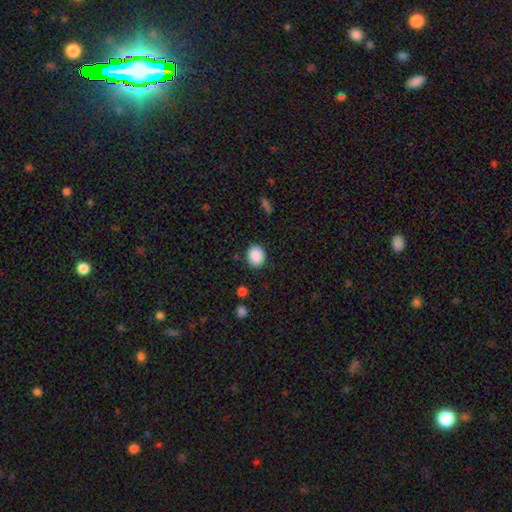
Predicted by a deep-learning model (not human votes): A smooth galaxy with no disk features (89%) that is round (64%).

Vote fractions:
- Smooth or featured? smooth: 89% / star or artifact: 8% / featured or disk: 3%
- How rounded? round: 64% / in between: 35% / cigar-shaped: 1%
- Merging? none: 87% / minor disturbance: 8% / major disturbance: 3% / merger: 2%